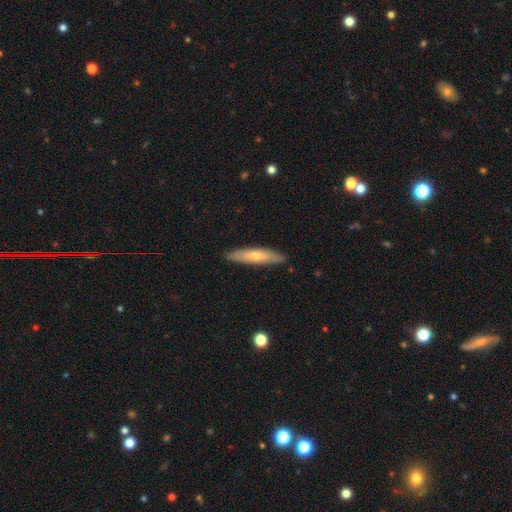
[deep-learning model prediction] Morphology: type=smooth (50%); roundness=cigar-shaped (83%); merging=none (88%).